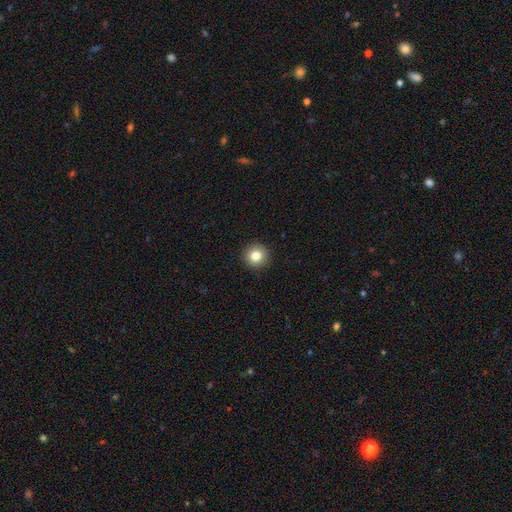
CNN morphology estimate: smooth 82%, star or artifact 10%, featured or disk 7%. Down the decision tree: how rounded — round (95%); merging — none (93%).